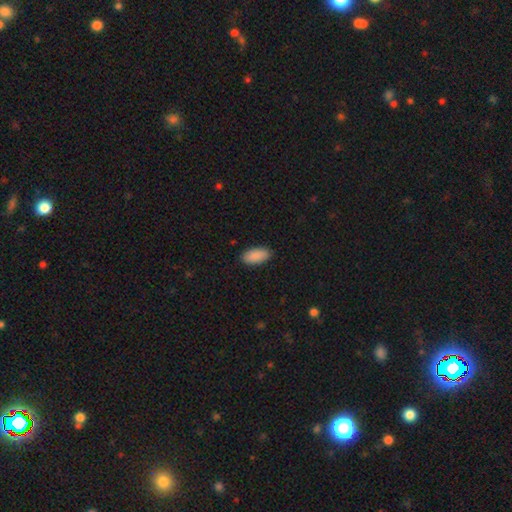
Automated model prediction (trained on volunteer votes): Smooth or featured: smooth — 91% (star or artifact — 6%)
How rounded: in between — 92% (cigar-shaped — 6%)
Merging: none — 89% (minor disturbance — 8%)